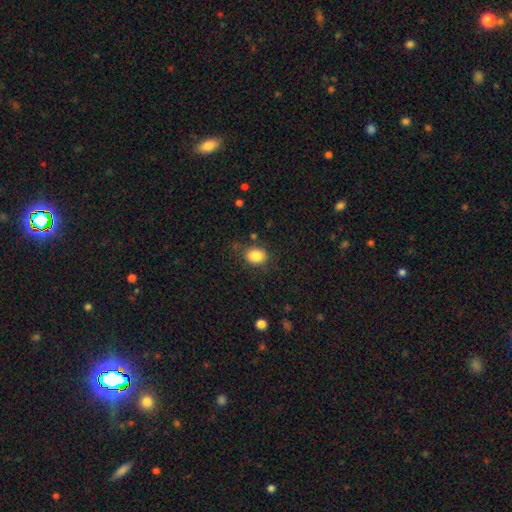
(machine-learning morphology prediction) The model was most divided on "how rounded": round: 54%, in between: 45%, cigar-shaped: 1%. More confident: smooth or featured — smooth (84%); merging — none (78%).